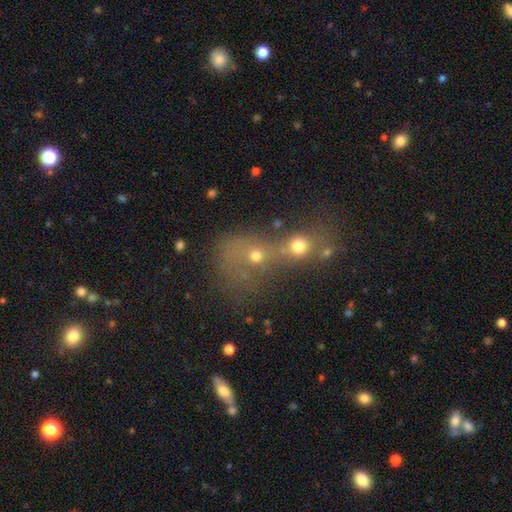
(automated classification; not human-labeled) Smooth or featured? smooth (57%)
How rounded? round (72%)
Merging? merger (70%)